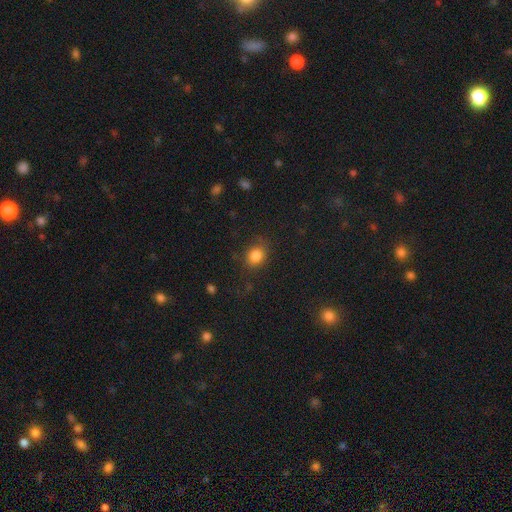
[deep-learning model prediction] A smooth galaxy with no disk features (83%) that is round (61%). Merging: none (79%).